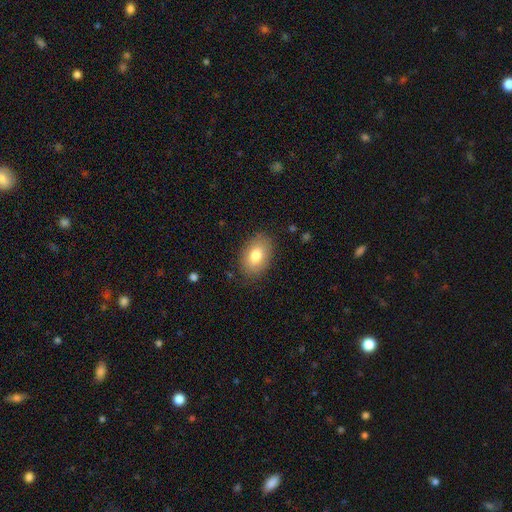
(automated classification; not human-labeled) Overall: smooth (79%). How rounded: in between (86%). Merging: none (84%).